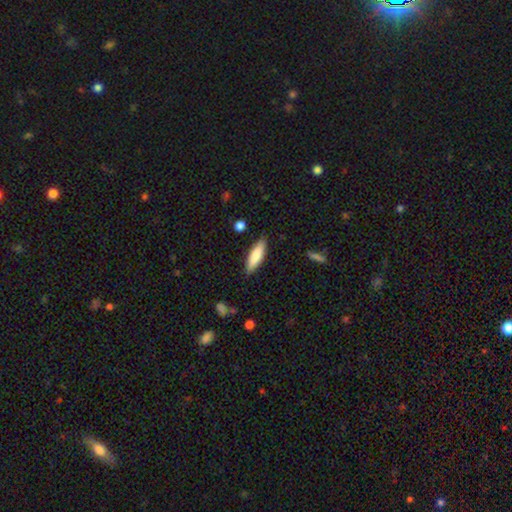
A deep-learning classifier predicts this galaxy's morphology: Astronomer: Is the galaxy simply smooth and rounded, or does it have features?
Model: smooth — 81%.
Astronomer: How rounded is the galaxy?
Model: cigar-shaped — 56% (runner-up: in between, 43%).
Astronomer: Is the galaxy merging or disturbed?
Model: none — 86%.